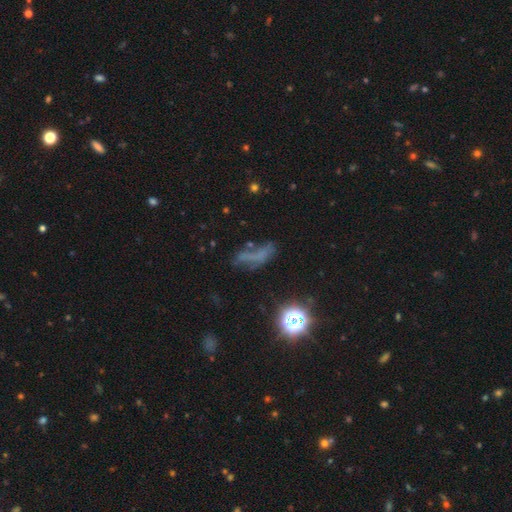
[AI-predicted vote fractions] The model was most divided on "smooth or featured": smooth: 40%, star or artifact: 31%, featured or disk: 29%. Remaining: merging — none (43%).